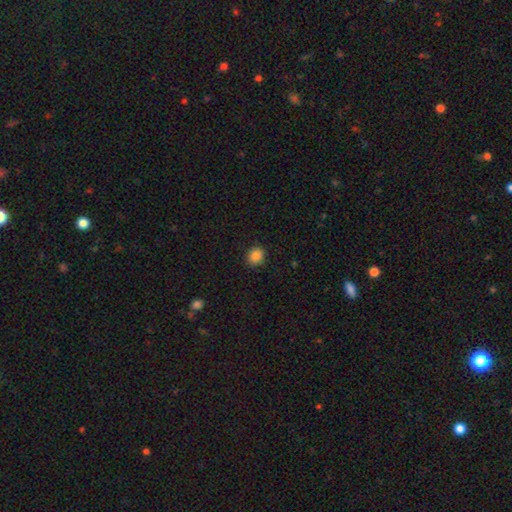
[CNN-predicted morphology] type=smooth (86%); roundness=round (74%); merging=none (89%).